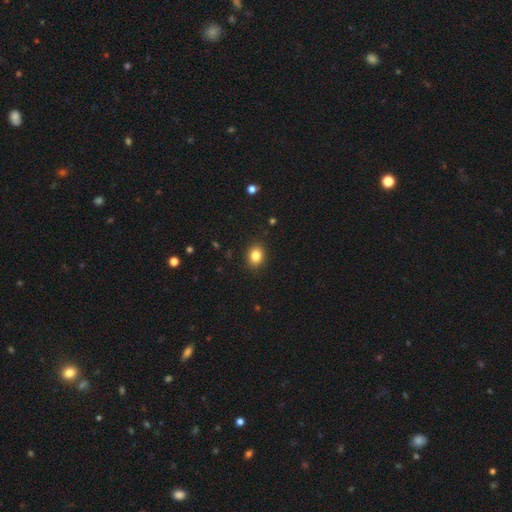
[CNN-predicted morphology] smooth-or-featured: smooth: 84% | star or artifact: 10% | featured or disk: 6%
  how-rounded: in between: 53% | round: 47% | cigar-shaped: 1%
  merging: none: 89% | minor disturbance: 8% | major disturbance: 2% | merger: 1%